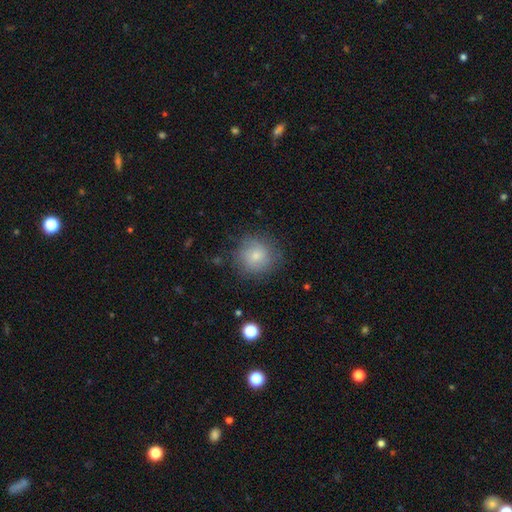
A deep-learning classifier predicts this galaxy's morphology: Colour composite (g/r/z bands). It shows a smooth galaxy with no disk features (75%) that is round (91%). Merging: none (78%).